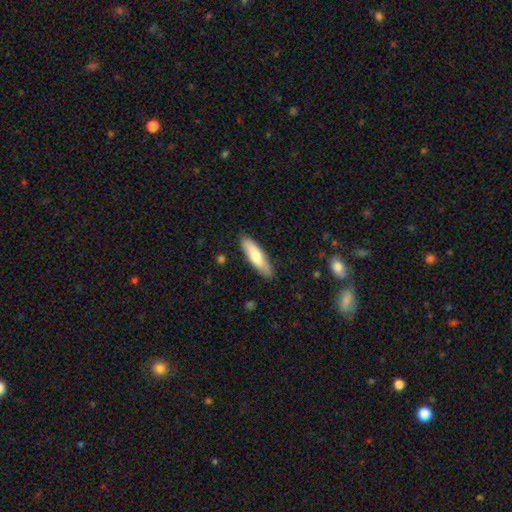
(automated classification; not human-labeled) The model was most divided on "how rounded": cigar-shaped: 61%, in between: 37%, round: 2%. More confident: merging — none (85%); smooth or featured — smooth (72%).